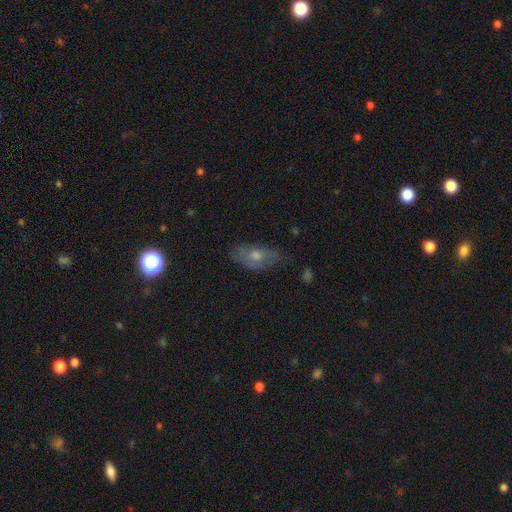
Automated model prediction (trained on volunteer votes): Overall: smooth (50%; featured or disk 36%). How rounded: in between (83%). Merging: none (65%).